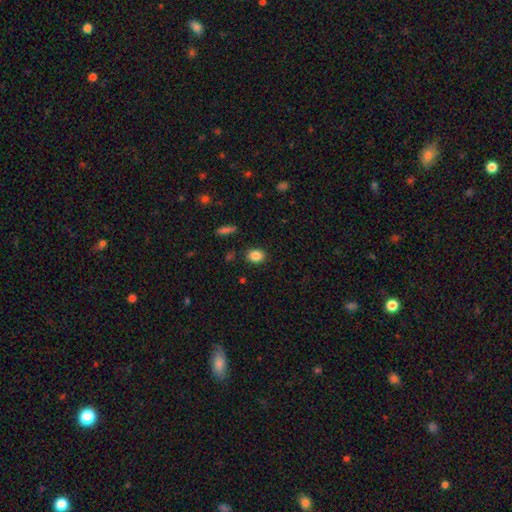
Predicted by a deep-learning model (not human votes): The model was most divided on "how rounded": in between: 56%, round: 43%, cigar-shaped: 1%. More confident: merging — none (87%); smooth or featured — smooth (86%).